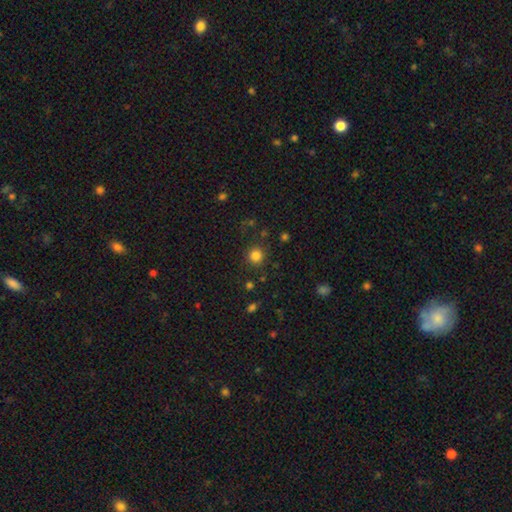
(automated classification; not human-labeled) smooth_or_featured: smooth (p=0.83) [alt: star or artifact p=0.13]
how_rounded: round (p=0.93) [alt: in between p=0.06]
merging: none (p=0.87) [alt: minor disturbance p=0.08]